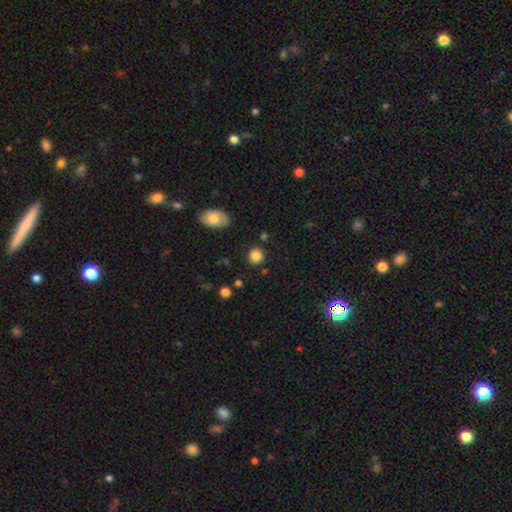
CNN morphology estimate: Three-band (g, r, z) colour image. It shows a smooth galaxy with no disk features (85%) that is round (82%). Merging: none (86%).